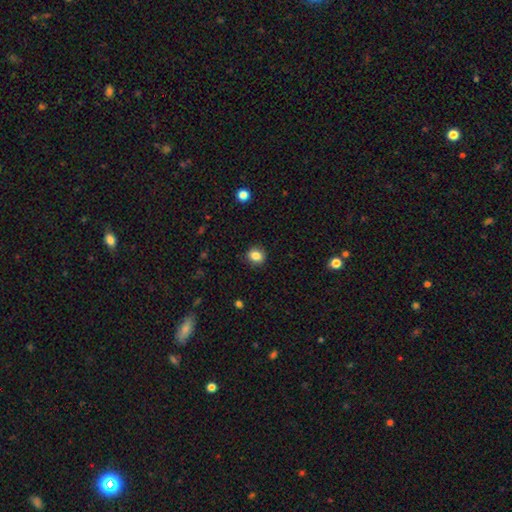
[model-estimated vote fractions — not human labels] Smooth or featured: smooth — 83% (star or artifact — 10%)
How rounded: round — 69% (in between — 30%)
Merging: none — 88% (minor disturbance — 9%)